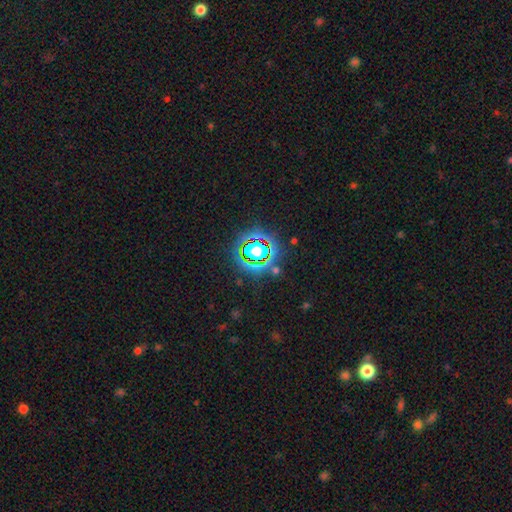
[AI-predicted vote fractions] star or artifact 76%, smooth 15%, featured or disk 9%.